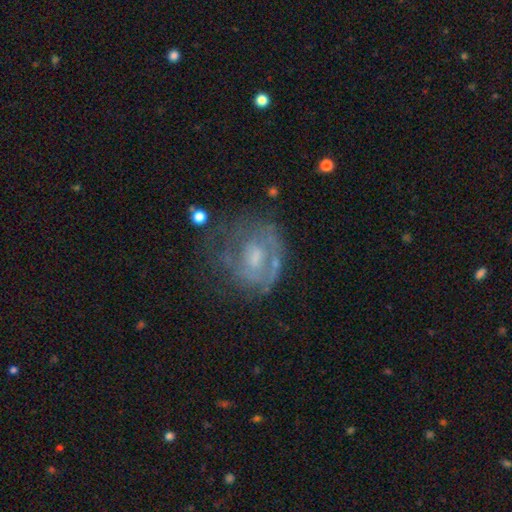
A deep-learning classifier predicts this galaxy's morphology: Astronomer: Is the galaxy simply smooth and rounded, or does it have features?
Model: featured or disk — 68%.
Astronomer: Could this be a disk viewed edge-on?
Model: no — 97%.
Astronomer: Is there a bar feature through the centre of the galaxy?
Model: no — 63%.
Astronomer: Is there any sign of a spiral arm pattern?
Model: yes — 57% (runner-up: no, 43%).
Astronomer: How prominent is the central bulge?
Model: moderate — 43% (runner-up: small, 35%).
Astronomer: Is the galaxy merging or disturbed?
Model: none — 53%.